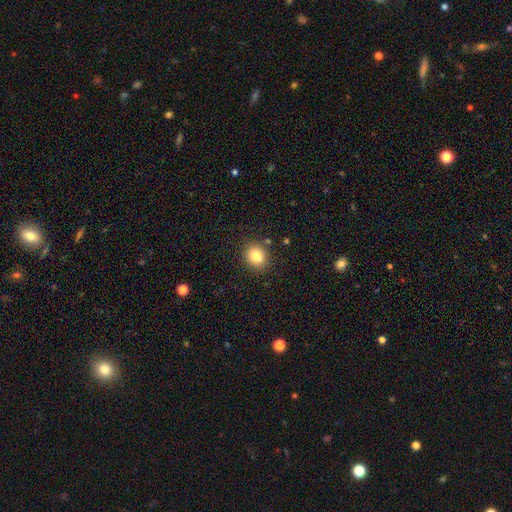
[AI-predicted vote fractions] This appears to be a smooth galaxy with no disk features (82%) that is round (71%). Merging: none (86%).